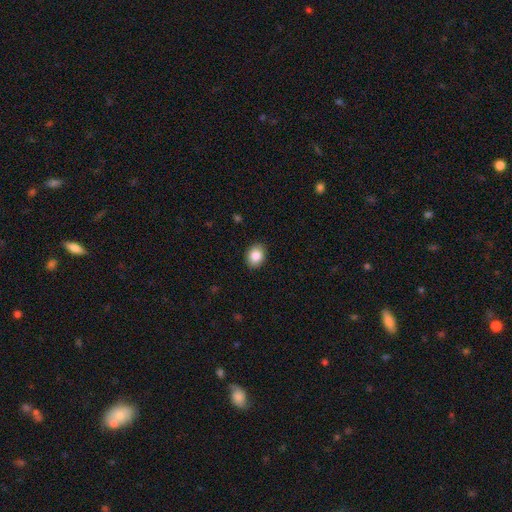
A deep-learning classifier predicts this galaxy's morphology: Smooth or featured? Predicted: smooth (p=0.86). How rounded? Predicted: in between (p=0.54). Merging? Predicted: none (p=0.89).